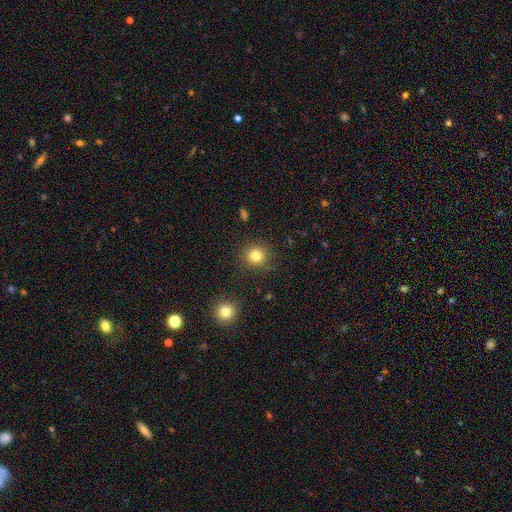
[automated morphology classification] smooth_or_featured: smooth (p=0.81) [alt: star or artifact p=0.13]
how_rounded: round (p=0.91) [alt: in between p=0.08]
merging: none (p=0.86) [alt: minor disturbance p=0.09]